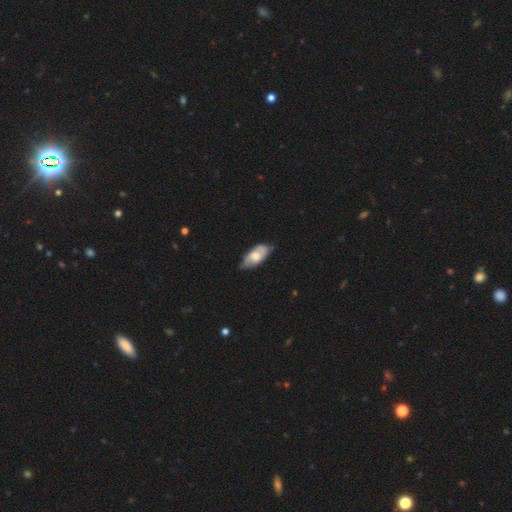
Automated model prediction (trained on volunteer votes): Smooth or featured? featured or disk (49%)
Merging? none (68%)